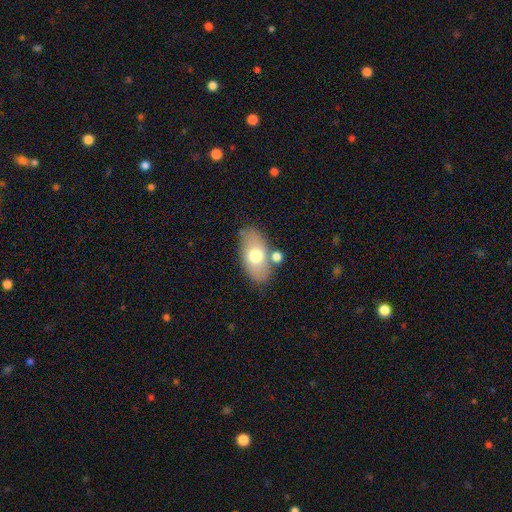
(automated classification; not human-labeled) smooth-or-featured: smooth: 67% | featured or disk: 26% | star or artifact: 8%
  how-rounded: in between: 92% | round: 6% | cigar-shaped: 3%
  merging: none: 71% | minor disturbance: 14% | merger: 11% | major disturbance: 4%